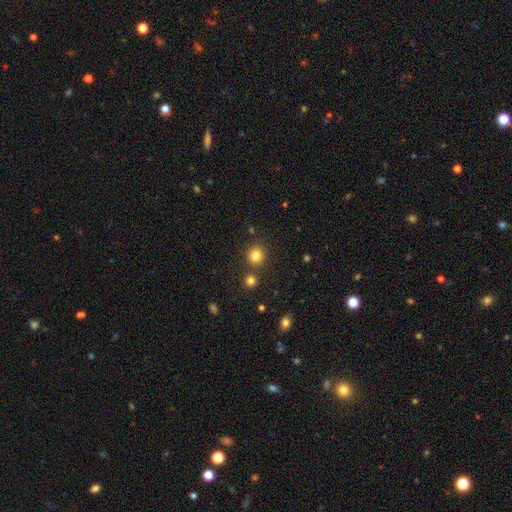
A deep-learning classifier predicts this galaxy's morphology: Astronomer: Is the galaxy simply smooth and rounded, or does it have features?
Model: smooth — 82%.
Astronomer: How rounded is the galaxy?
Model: round — 89%.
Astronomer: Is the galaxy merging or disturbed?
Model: none — 82%.